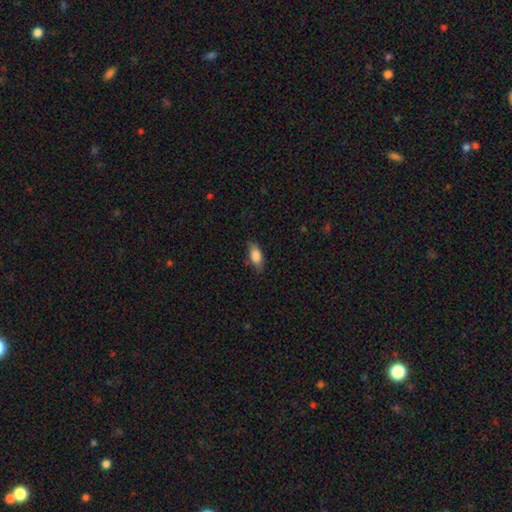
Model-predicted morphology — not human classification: This is clearly a smooth galaxy (82%). How rounded: clearly in between (84%). Merging: likely none (75%).